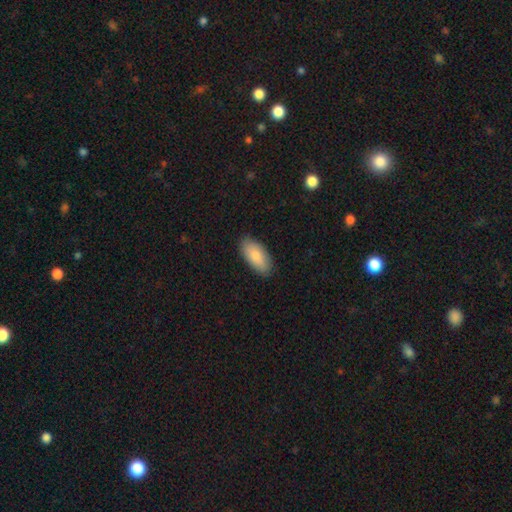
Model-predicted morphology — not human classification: Smooth or featured?
  - smooth: 83% *
  - featured or disk: 11%
  - star or artifact: 6%
How rounded?
  - in between: 92% *
  - cigar-shaped: 6%
  - round: 2%
Merging?
  - none: 87% *
  - minor disturbance: 10%
  - major disturbance: 2%
  - merger: 1%